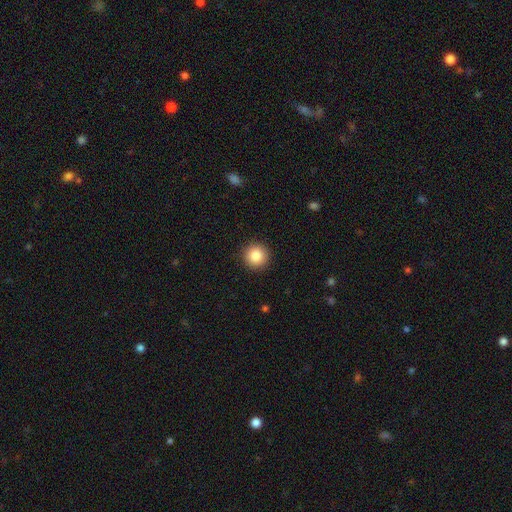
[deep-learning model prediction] This appears to be a smooth galaxy with no disk features (85%) that is round (95%). Merging: none (92%).